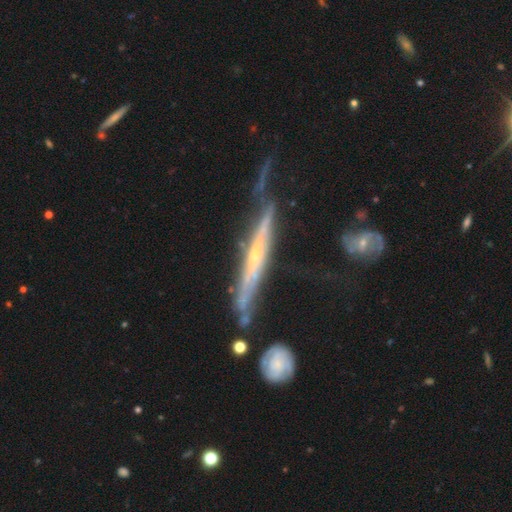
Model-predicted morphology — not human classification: Overall: featured or disk (81%). Edge-on disk: yes (85%). Edge-on bulge: none (46%; rounded 45%). Merging: none (43%; minor disturbance 31%).